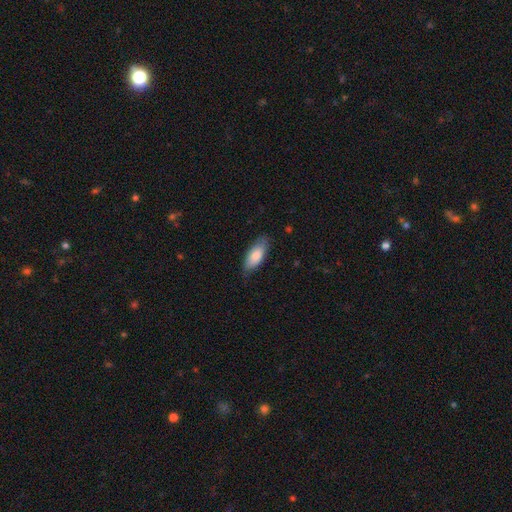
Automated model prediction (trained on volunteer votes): Smooth or featured? smooth (81%)
How rounded? in between (82%)
Merging? none (79%)